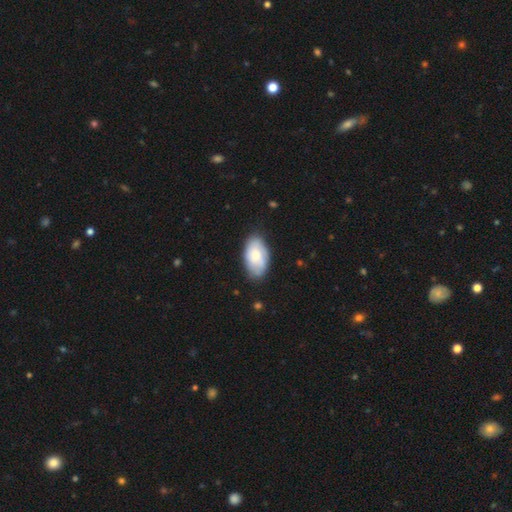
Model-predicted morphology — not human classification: A smooth galaxy with no disk features (71%) that is in between round and cigar-shaped (94%). Merging: none (72%).